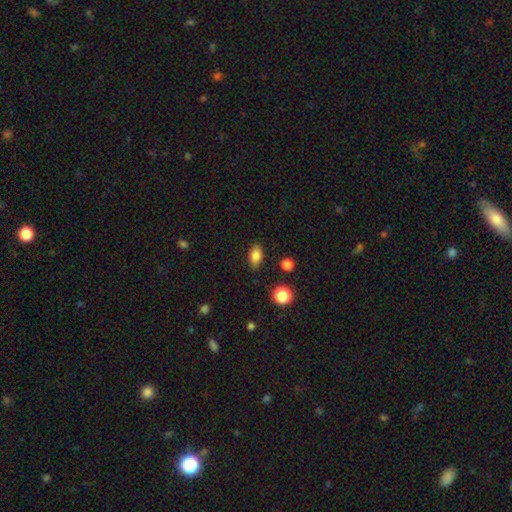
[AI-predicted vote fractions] smooth_or_featured: smooth (p=0.84) [alt: star or artifact p=0.10]
how_rounded: in between (p=0.86) [alt: round p=0.11]
merging: none (p=0.84) [alt: minor disturbance p=0.11]